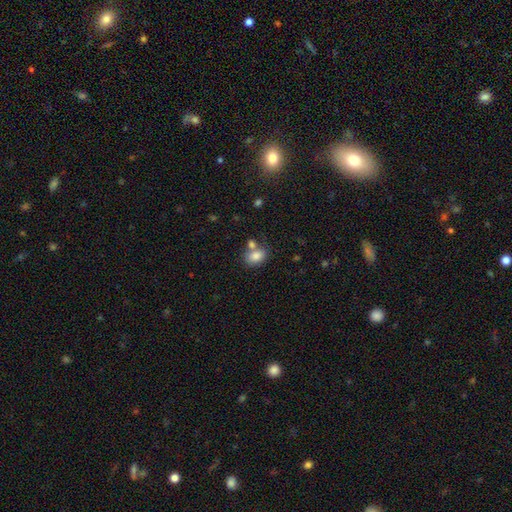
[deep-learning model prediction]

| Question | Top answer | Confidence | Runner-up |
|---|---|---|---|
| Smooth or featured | smooth | 83% | star or artifact (9%) |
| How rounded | in between | 78% | round (21%) |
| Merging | none | 54% | merger (28%) |